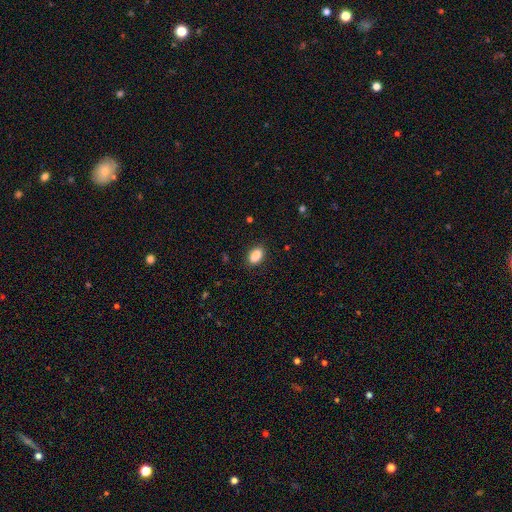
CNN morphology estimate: smooth_or_featured: smooth (p=0.89) [alt: star or artifact p=0.08]
how_rounded: in between (p=0.90) [alt: round p=0.08]
merging: none (p=0.88) [alt: minor disturbance p=0.09]